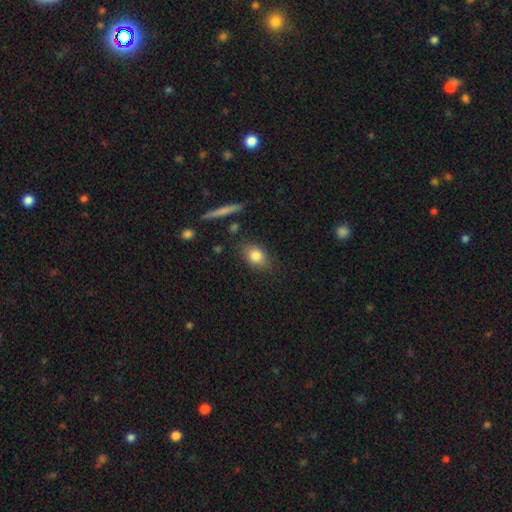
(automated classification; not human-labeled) Q: Smooth or featured?
A: smooth (82%); runner-up: featured or disk (10%)
Q: How rounded?
A: in between (70%); runner-up: round (26%)
Q: Merging?
A: none (80%); runner-up: minor disturbance (13%)